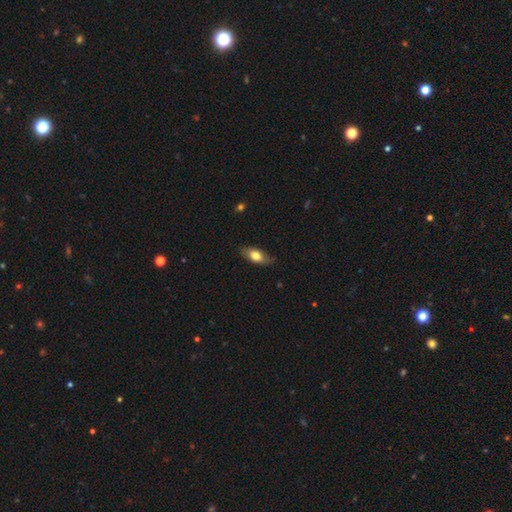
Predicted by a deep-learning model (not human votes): Overall: smooth (72%). How rounded: in between (84%). Merging: none (77%).